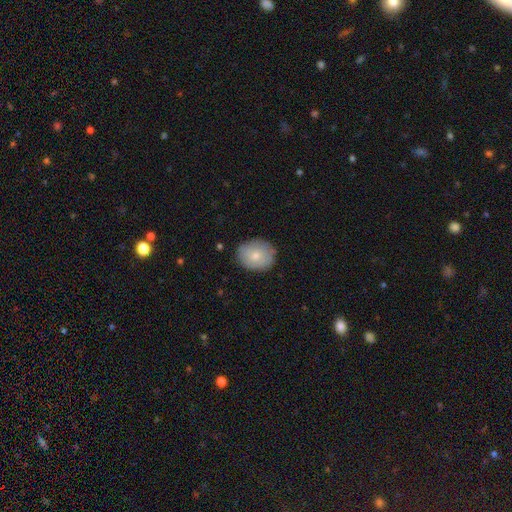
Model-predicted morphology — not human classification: Overall: smooth (68%). How rounded: round (59%; in between 40%). Merging: none (82%).